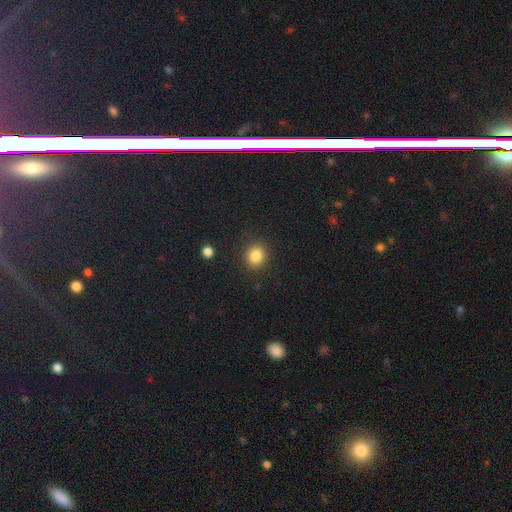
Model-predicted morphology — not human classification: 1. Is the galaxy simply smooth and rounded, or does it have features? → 84% smooth, 11% star or artifact, 5% featured or disk.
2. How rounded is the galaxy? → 74% round, 25% in between, 1% cigar-shaped.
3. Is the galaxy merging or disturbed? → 88% none, 8% minor disturbance, 3% major disturbance, 2% merger.